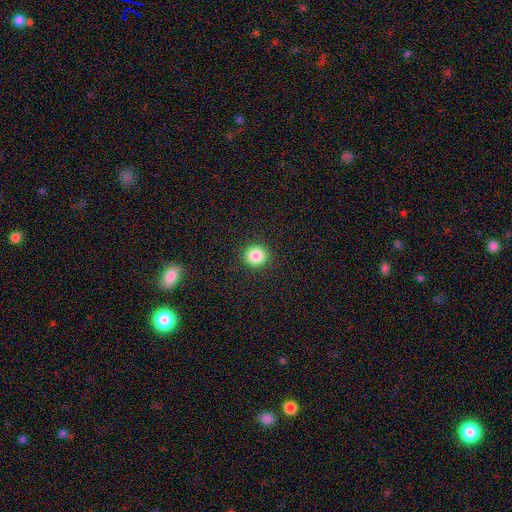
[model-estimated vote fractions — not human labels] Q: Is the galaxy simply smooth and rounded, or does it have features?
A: smooth — 85%.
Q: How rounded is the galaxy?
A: round — 91%.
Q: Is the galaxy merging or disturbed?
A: none — 91%.